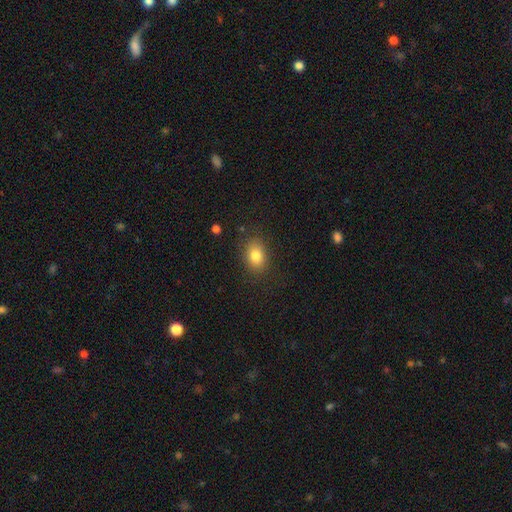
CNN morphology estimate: This appears to be a smooth galaxy with no disk features (82%) that is in between round and cigar-shaped (68%). Merging: none (84%).